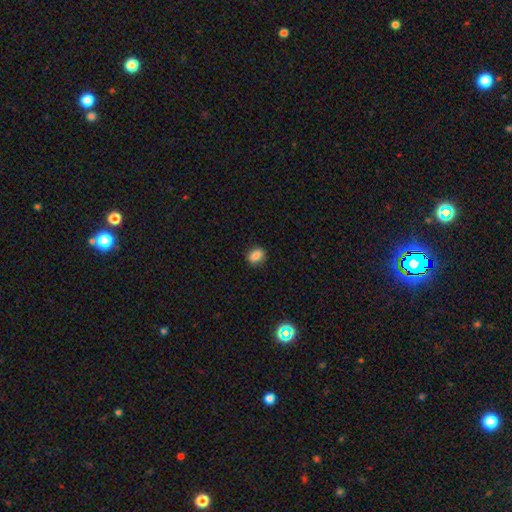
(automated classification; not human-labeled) The model was most divided on "how rounded": in between: 61%, round: 37%, cigar-shaped: 2%. More confident: merging — none (85%); smooth or featured — smooth (85%).